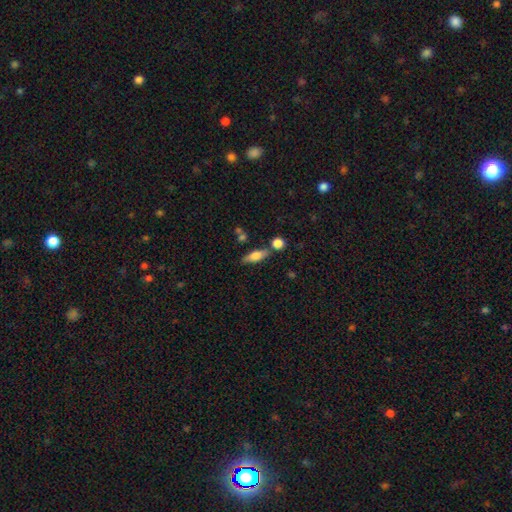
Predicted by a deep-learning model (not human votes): Q: Smooth or featured?
A: smooth (63%); runner-up: featured or disk (30%)
Q: How rounded?
A: in between (56%); runner-up: cigar-shaped (40%)
Q: Merging?
A: none (71%); runner-up: minor disturbance (13%)